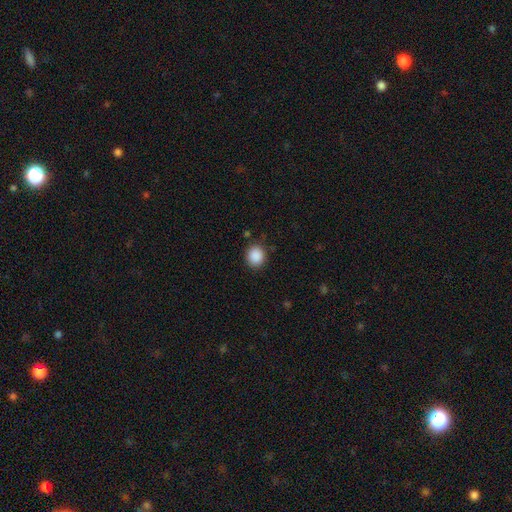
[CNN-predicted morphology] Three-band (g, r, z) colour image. It shows a smooth galaxy with no disk features (89%) that is round (79%). Merging: none (86%).